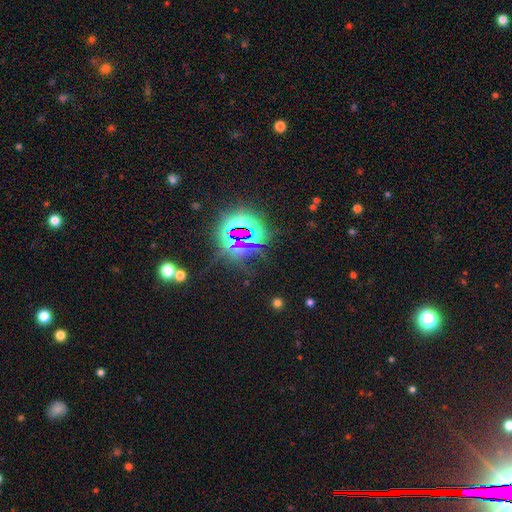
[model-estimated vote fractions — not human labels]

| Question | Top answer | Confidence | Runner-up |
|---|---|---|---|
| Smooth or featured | star or artifact | 77% | smooth (12%) |